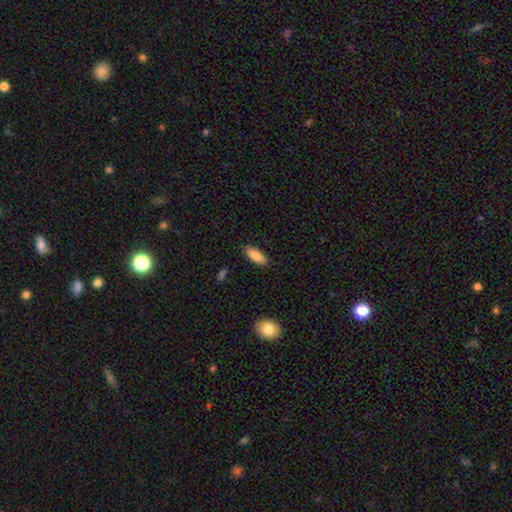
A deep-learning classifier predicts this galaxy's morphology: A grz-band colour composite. It shows a smooth galaxy with no disk features (88%) that is in between round and cigar-shaped (76%). Merging: none (87%).